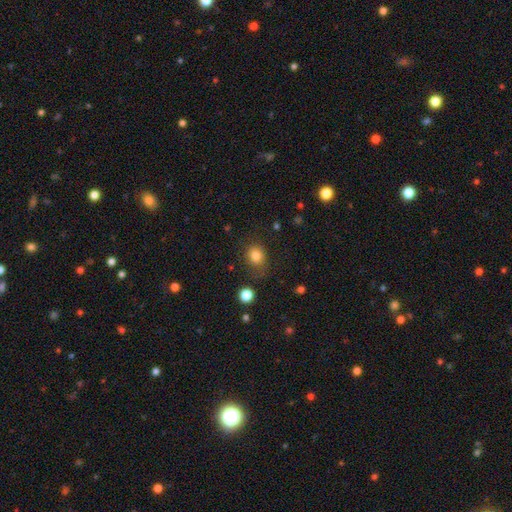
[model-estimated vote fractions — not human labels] The model was most divided on "how rounded": round: 69%, in between: 30%, cigar-shaped: 1%. More confident: smooth or featured — smooth (81%); merging — none (75%).